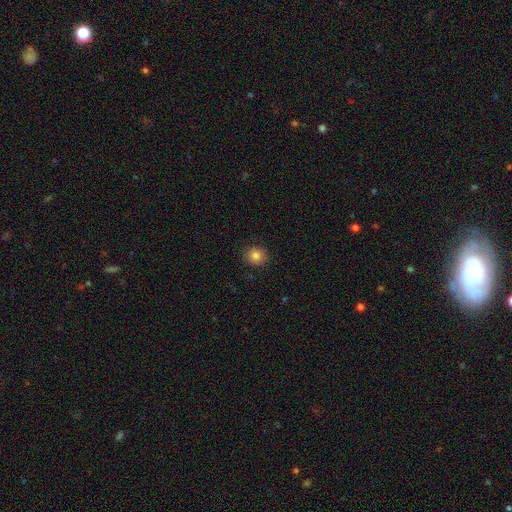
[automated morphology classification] Smooth or featured? Predicted: smooth (p=0.83). How rounded? Predicted: round (p=0.85). Merging? Predicted: none (p=0.88).